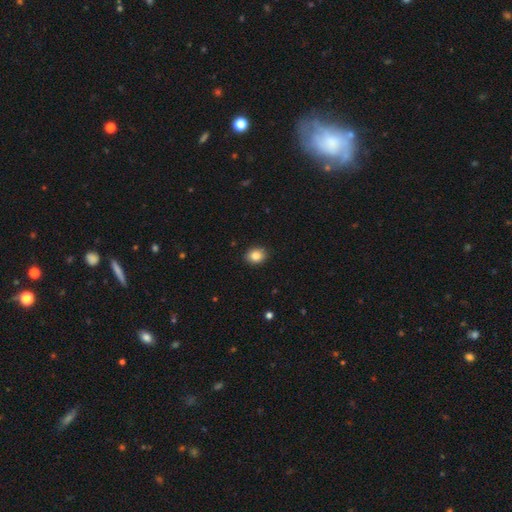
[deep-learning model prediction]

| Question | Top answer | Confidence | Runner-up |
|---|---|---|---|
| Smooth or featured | smooth | 86% | star or artifact (9%) |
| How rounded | in between | 51% | round (48%) |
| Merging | none | 90% | minor disturbance (7%) |